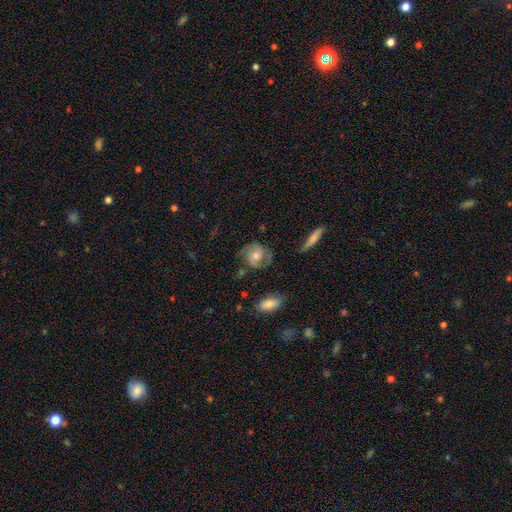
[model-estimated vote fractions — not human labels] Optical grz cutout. It shows a featured or disk galaxy (75%) with no bar (62%), 2 (84%) medium (46%) spiral arms (93%) and a moderate central bulge (62%). Merging: none (71%).